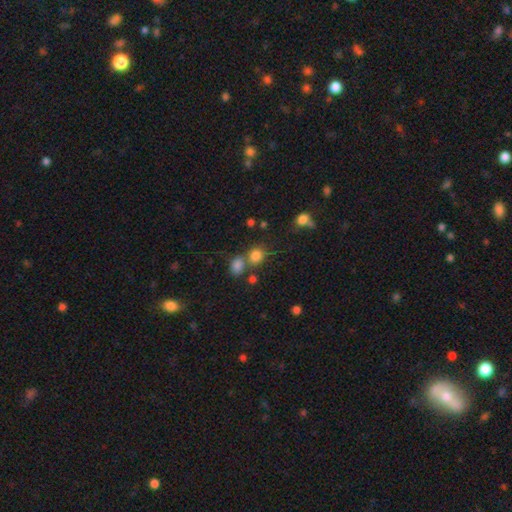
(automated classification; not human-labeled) Q: Smooth or featured?
A: smooth (80%); runner-up: star or artifact (14%)
Q: How rounded?
A: round (77%); runner-up: in between (22%)
Q: Merging?
A: none (59%); runner-up: merger (26%)